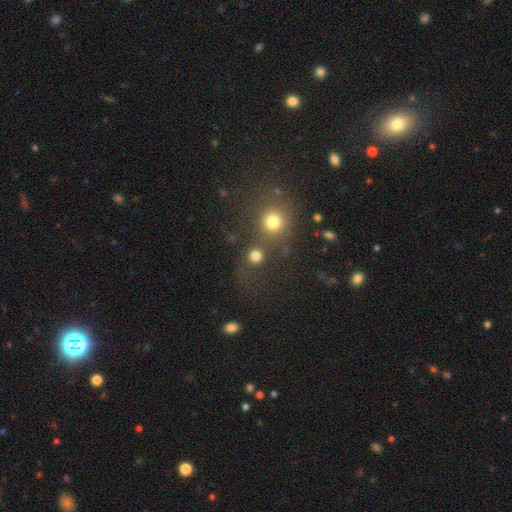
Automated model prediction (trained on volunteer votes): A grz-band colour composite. It shows a smooth galaxy with no disk features (78%) that is round (89%). Merging: none (62%).